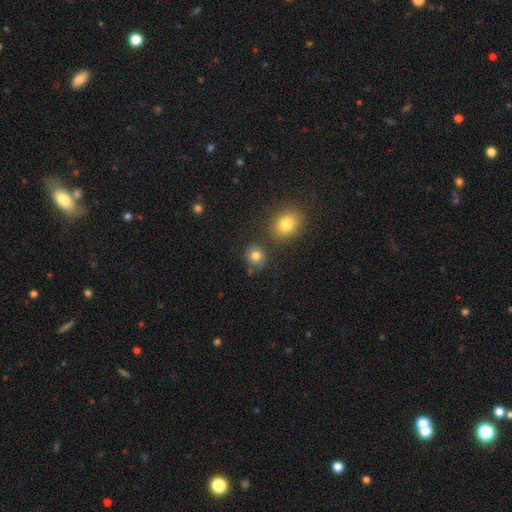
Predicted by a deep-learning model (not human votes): This appears to be a smooth galaxy with no disk features (80%) that is round (76%). Merging: none (72%).